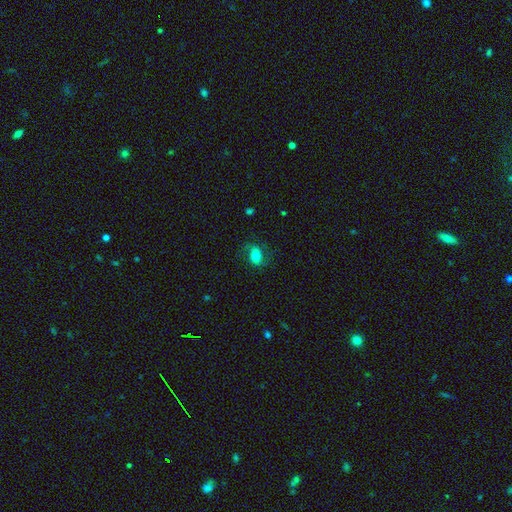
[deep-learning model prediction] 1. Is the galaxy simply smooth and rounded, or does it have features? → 64% smooth, 27% featured or disk, 9% star or artifact.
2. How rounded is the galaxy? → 81% in between, 17% round, 2% cigar-shaped.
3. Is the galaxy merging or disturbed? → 69% none, 19% minor disturbance, 11% major disturbance, 1% merger.